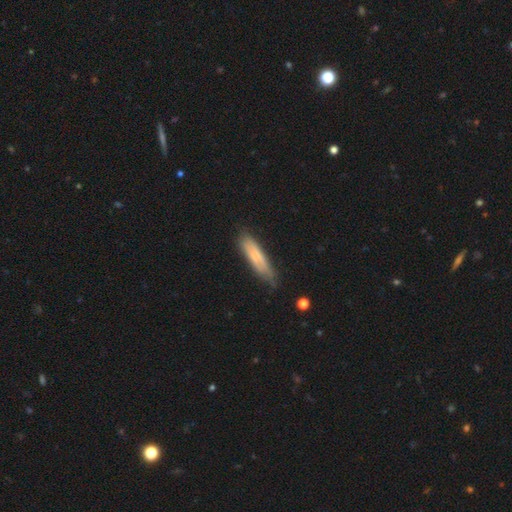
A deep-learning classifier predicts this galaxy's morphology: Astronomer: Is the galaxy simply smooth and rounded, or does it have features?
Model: smooth — 70%.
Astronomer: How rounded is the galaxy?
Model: cigar-shaped — 74%.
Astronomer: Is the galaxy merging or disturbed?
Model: none — 64%.